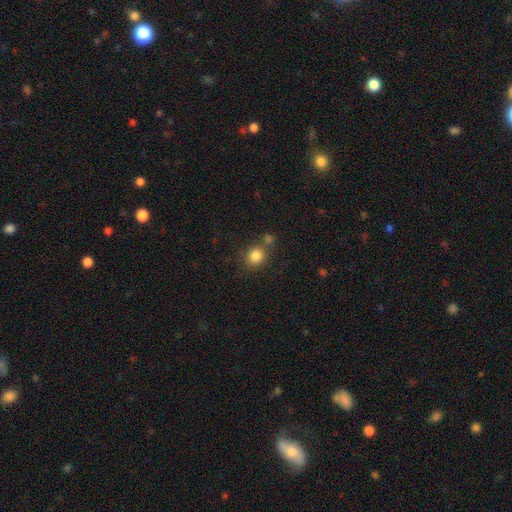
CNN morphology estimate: Smooth or featured: smooth — 83% (star or artifact — 10%)
How rounded: round — 77% (in between — 22%)
Merging: none — 65% (merger — 19%)